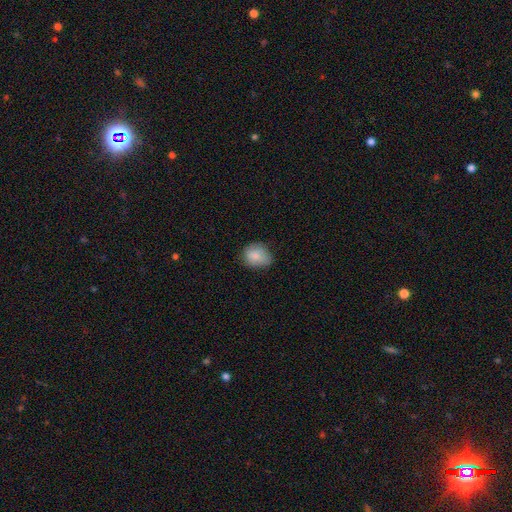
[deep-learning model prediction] smooth-or-featured: smooth: 85% | star or artifact: 8% | featured or disk: 7%
  how-rounded: round: 55% | in between: 44% | cigar-shaped: 1%
  merging: none: 65% | minor disturbance: 28% | major disturbance: 6% | merger: 1%